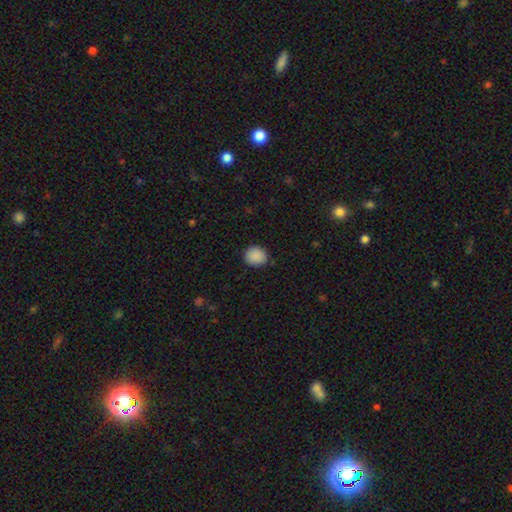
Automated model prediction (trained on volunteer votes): Morphology: type=smooth (89%); roundness=round (76%); merging=none (85%).